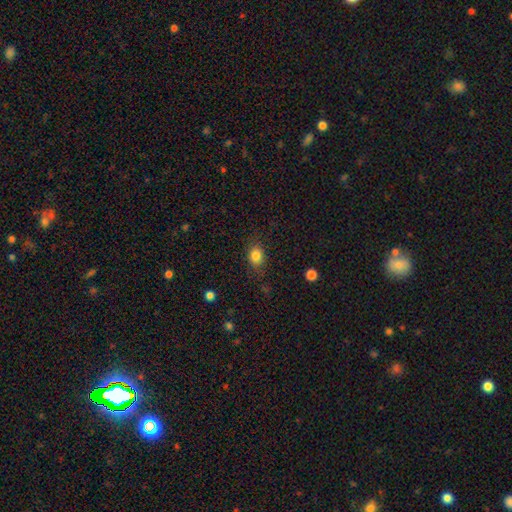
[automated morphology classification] Smooth or featured: smooth — 83% (star or artifact — 10%)
How rounded: in between — 55% (round — 43%)
Merging: none — 79% (minor disturbance — 15%)